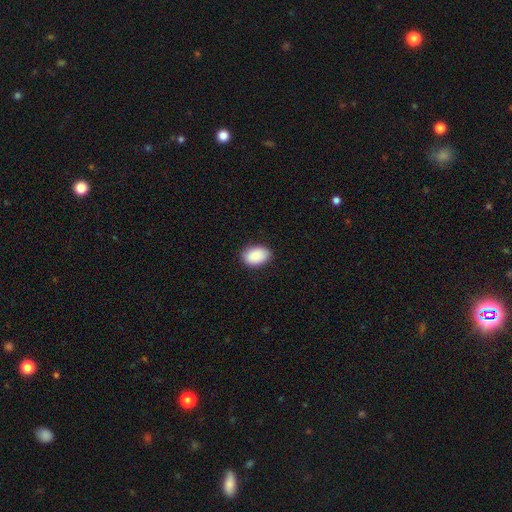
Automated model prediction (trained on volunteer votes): Q: Smooth or featured?
A: smooth (90%); runner-up: star or artifact (7%)
Q: How rounded?
A: in between (87%); runner-up: round (12%)
Q: Merging?
A: none (85%); runner-up: minor disturbance (12%)